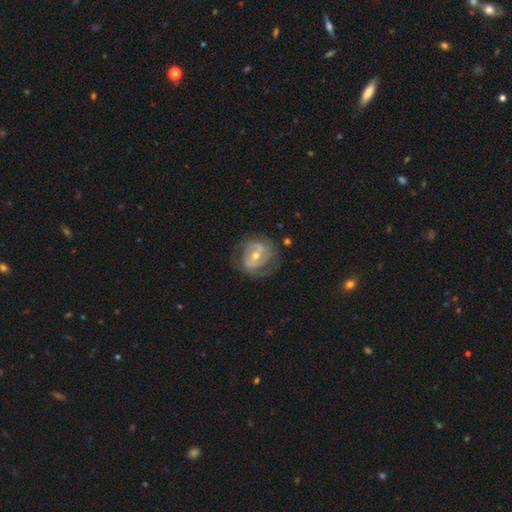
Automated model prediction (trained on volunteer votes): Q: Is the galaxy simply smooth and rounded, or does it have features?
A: featured or disk — 80%.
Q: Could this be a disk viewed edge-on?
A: no — 97%.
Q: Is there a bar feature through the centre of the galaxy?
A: weak — 41%.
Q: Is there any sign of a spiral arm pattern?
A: yes — 88%.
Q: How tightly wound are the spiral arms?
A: tight — 49%.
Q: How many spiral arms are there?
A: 2 — 56%.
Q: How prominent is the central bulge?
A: moderate — 58%.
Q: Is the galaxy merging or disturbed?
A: none — 69%.